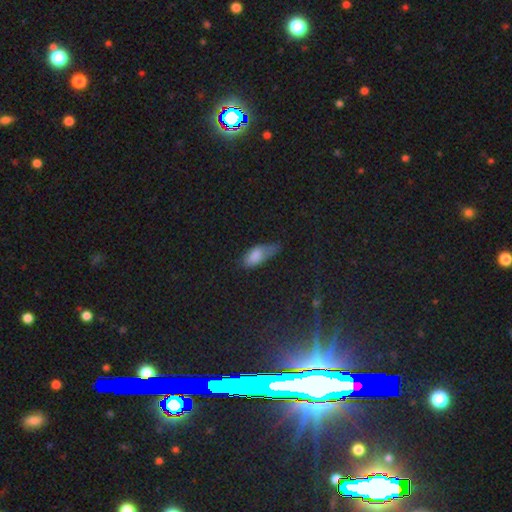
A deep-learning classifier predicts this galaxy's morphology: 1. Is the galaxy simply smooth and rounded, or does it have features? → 78% smooth, 12% featured or disk, 10% star or artifact.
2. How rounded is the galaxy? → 85% in between, 12% cigar-shaped, 4% round.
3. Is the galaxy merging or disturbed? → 46% minor disturbance, 29% none, 22% major disturbance, 4% merger.